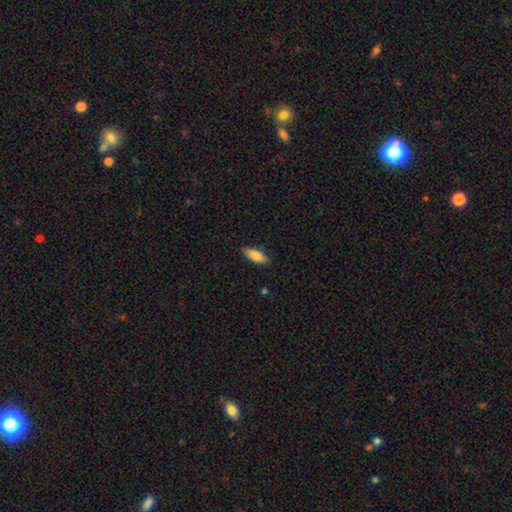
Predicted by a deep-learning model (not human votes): Overall: smooth (84%). How rounded: in between (67%; cigar-shaped 31%). Merging: none (84%).